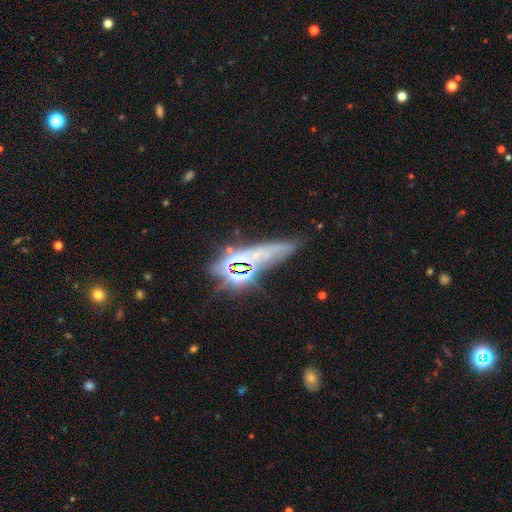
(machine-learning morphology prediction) Smooth or featured?
  - star or artifact: 39% *
  - featured or disk: 33%
  - smooth: 28%